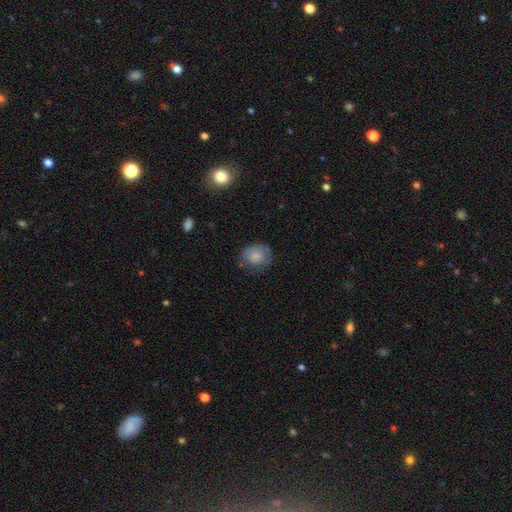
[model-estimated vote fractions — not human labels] Smooth or featured: smooth — 81% (featured or disk — 11%)
How rounded: round — 72% (in between — 28%)
Merging: none — 66% (minor disturbance — 24%)